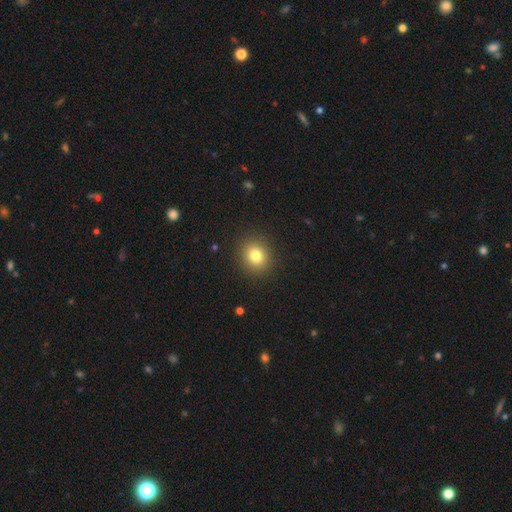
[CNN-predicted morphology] type=smooth (80%); roundness=round (77%); merging=none (90%).